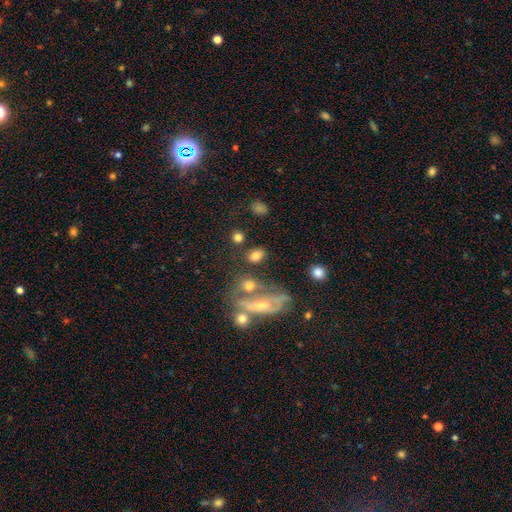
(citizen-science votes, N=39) smooth_or_featured: smooth (p=0.74) [alt: featured or disk p=0.21]
how_rounded: round (p=0.48) [alt: in between p=0.45]
merging: none (p=0.46) [alt: minor disturbance p=0.24]